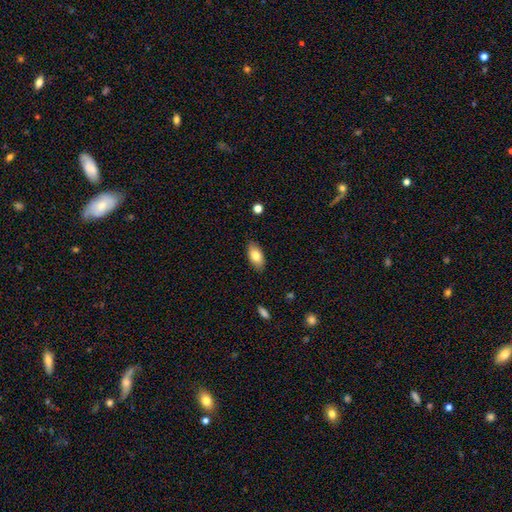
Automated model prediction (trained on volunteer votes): This is clearly a smooth galaxy (82%). How rounded: clearly in between (92%). Merging: clearly none (86%).